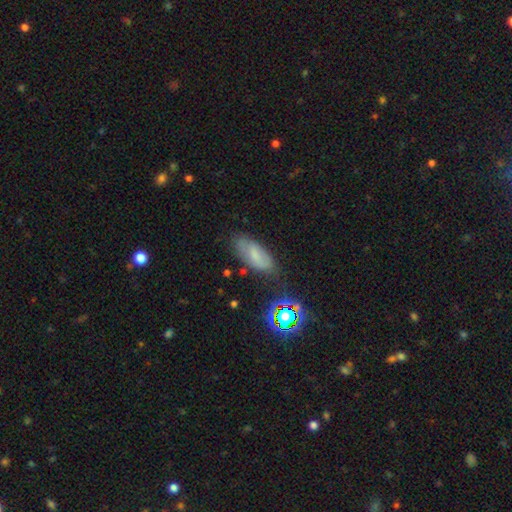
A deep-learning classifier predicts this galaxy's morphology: Smooth or featured? Predicted: smooth (p=0.63). How rounded? Predicted: in between (p=0.82). Merging? Predicted: none (p=0.69).